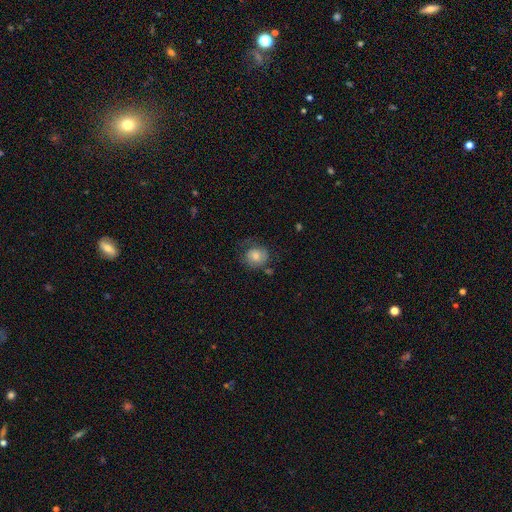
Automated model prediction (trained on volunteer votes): smooth 71%, featured or disk 20%, star or artifact 9%. Down the decision tree: how rounded — round (73%); merging — none (55%).